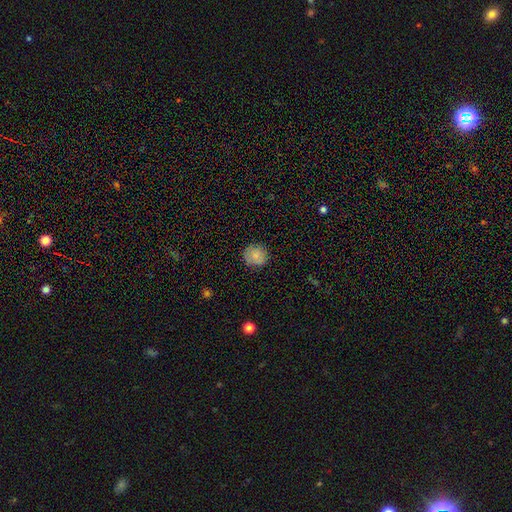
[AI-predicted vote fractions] Q: Smooth or featured?
A: smooth (82%); runner-up: featured or disk (9%)
Q: How rounded?
A: round (88%); runner-up: in between (11%)
Q: Merging?
A: none (84%); runner-up: minor disturbance (12%)